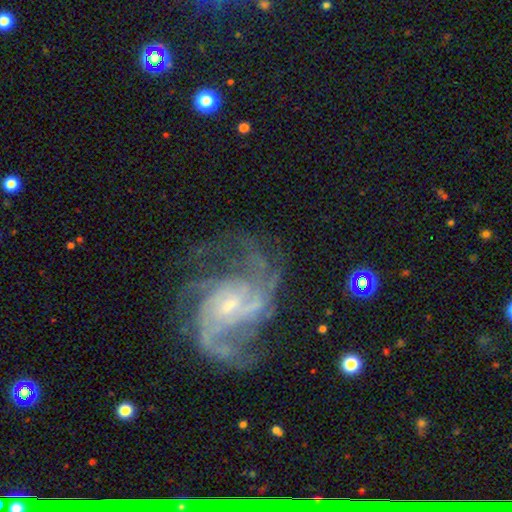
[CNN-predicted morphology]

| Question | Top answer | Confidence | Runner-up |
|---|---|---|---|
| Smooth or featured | featured or disk | 88% | star or artifact (8%) |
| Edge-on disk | no | 98% | yes (2%) |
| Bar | no | 53% | weak (36%) |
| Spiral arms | yes | 97% | no (3%) |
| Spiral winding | medium | 52% | tight (32%) |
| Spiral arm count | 3 | 30% | 2 (23%) |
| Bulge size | small | 70% | moderate (22%) |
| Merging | none | 65% | major disturbance (17%) |